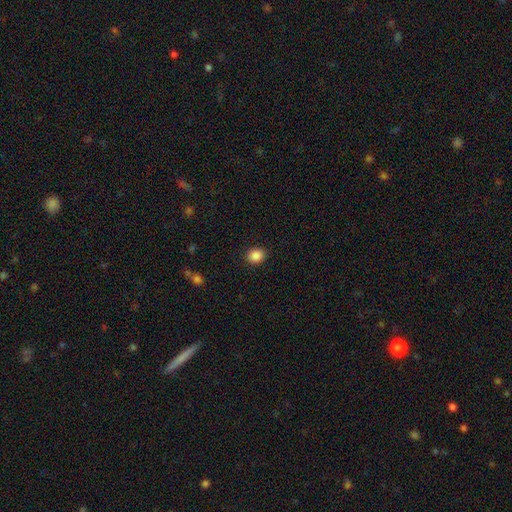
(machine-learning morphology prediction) A smooth galaxy with no disk features (87%) that is round (68%).

Vote fractions:
- Smooth or featured? smooth: 87% / star or artifact: 9% / featured or disk: 3%
- How rounded? round: 68% / in between: 31% / cigar-shaped: 1%
- Merging? none: 90% / minor disturbance: 7% / major disturbance: 2% / merger: 1%